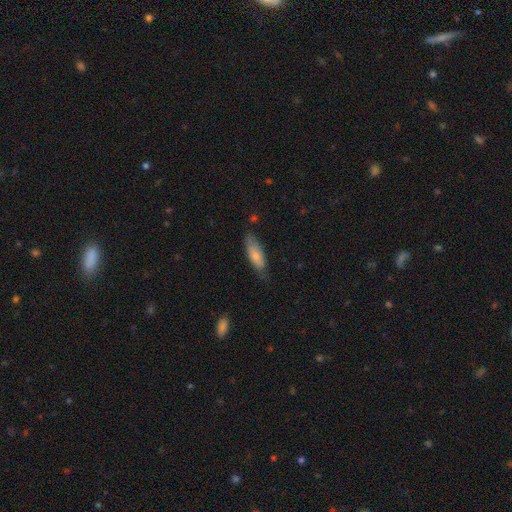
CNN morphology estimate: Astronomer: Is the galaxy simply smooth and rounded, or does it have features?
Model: smooth — 74%.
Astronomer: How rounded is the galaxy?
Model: in between — 62%.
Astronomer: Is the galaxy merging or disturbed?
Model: none — 65%.